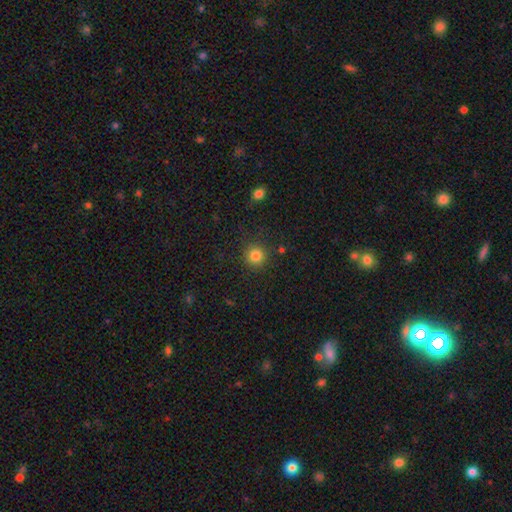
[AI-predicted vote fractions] A smooth galaxy with no disk features (82%) that is round (94%). Merging: none (88%).